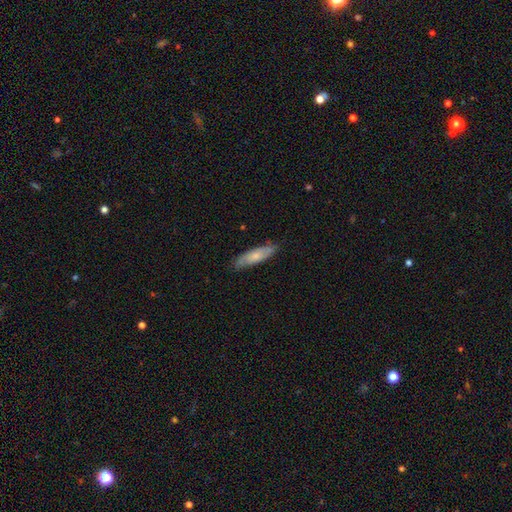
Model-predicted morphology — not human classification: Smooth or featured? smooth (58%)
How rounded? cigar-shaped (62%)
Merging? none (79%)